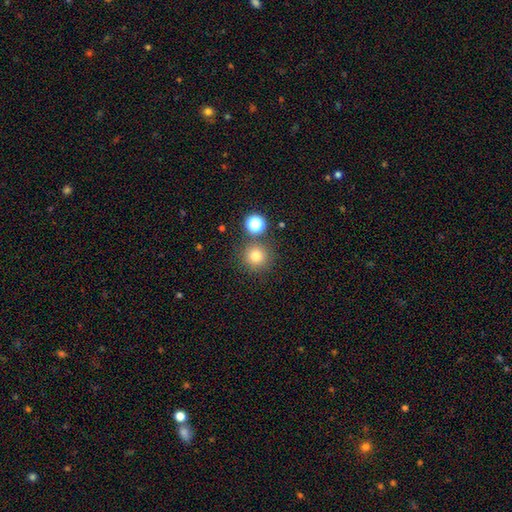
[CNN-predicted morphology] Smooth or featured? smooth (78%)
How rounded? round (95%)
Merging? none (82%)